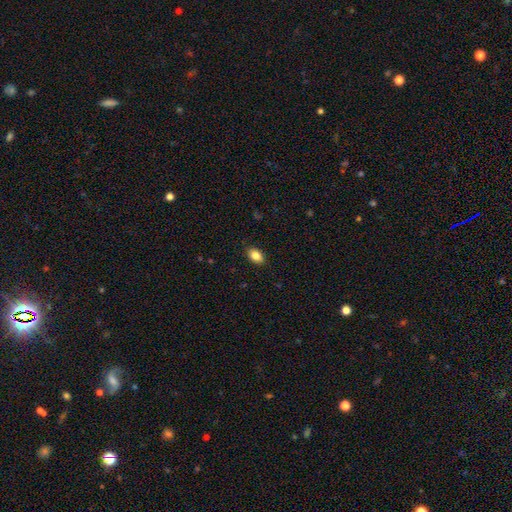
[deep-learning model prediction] Smooth or featured?
  - smooth: 86% *
  - star or artifact: 8%
  - featured or disk: 6%
How rounded?
  - in between: 87% *
  - round: 12%
  - cigar-shaped: 1%
Merging?
  - none: 88% *
  - minor disturbance: 9%
  - major disturbance: 2%
  - merger: 1%